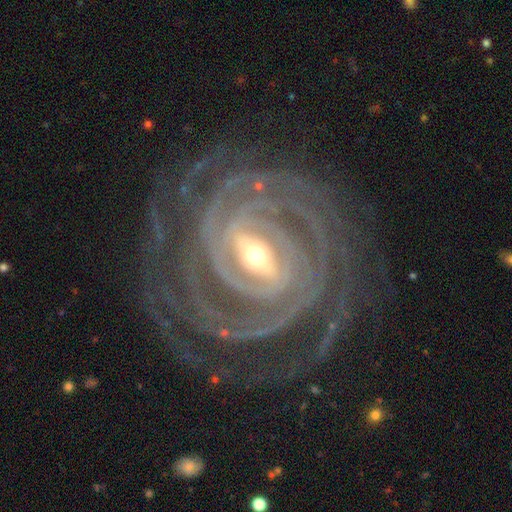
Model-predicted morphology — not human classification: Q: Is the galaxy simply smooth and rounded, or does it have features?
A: featured or disk — 93%.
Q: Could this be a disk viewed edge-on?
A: no — 97%.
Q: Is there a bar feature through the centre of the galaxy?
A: strong — 66%.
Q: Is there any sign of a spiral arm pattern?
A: yes — 99%.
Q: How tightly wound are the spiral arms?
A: tight — 83%.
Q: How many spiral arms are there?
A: more than 4 — 25%, tied with 4.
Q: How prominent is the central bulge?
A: small — 52%.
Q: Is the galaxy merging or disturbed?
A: none — 76%.